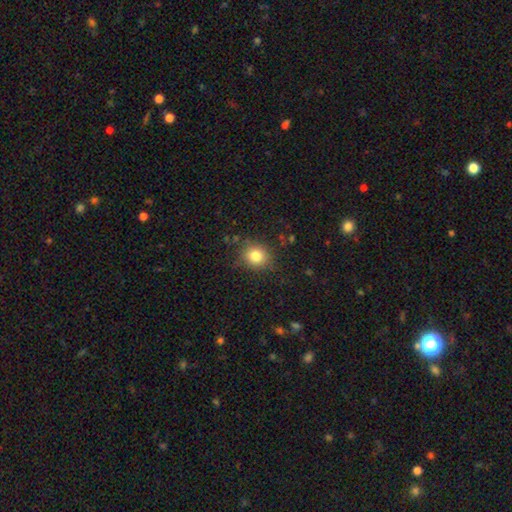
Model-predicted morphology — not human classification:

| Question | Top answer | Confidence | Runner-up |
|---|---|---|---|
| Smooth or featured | smooth | 80% | star or artifact (12%) |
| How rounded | round | 82% | in between (17%) |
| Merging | none | 84% | minor disturbance (11%) |